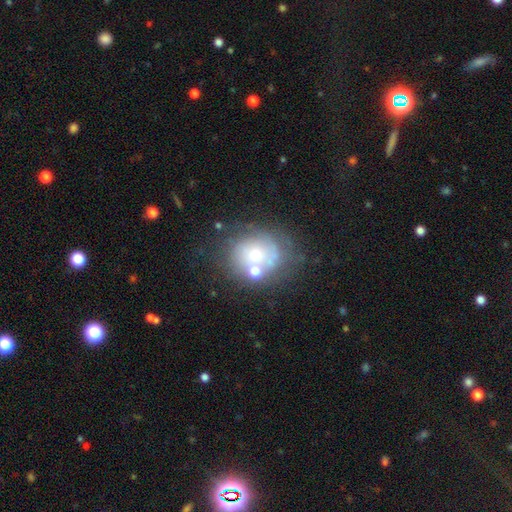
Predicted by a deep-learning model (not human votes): This is marginally a smooth galaxy (45%). Merging: possibly none (52%).